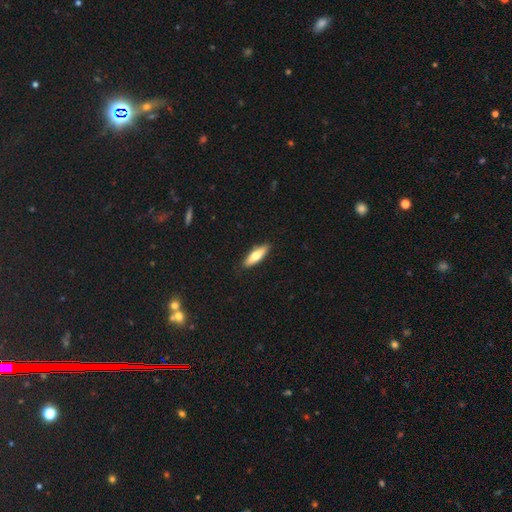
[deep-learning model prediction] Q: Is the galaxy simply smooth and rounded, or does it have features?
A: smooth — 62%.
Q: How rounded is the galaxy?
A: cigar-shaped — 58%.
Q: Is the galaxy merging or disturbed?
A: none — 89%.